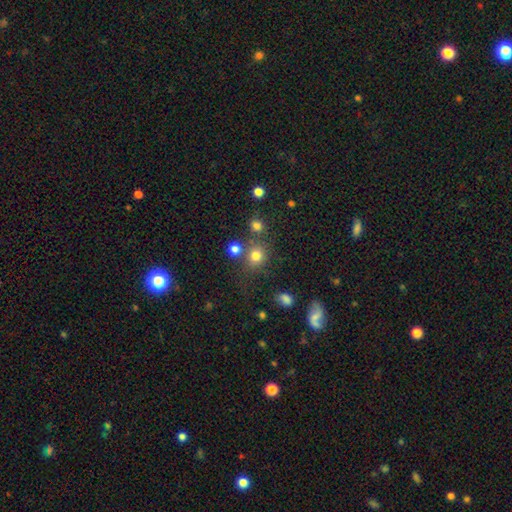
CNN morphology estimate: smooth_or_featured: smooth (p=0.76) [alt: star or artifact p=0.16]
how_rounded: round (p=0.83) [alt: in between p=0.16]
merging: none (p=0.68) [alt: merger p=0.15]